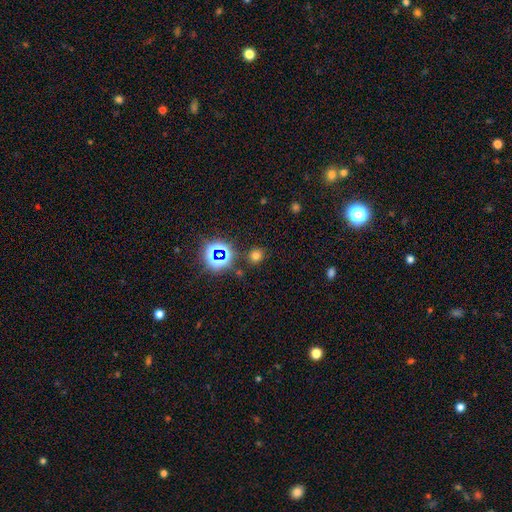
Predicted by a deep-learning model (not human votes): This appears to be a smooth galaxy with no disk features (65%) that is round (82%). Merging: none (84%).